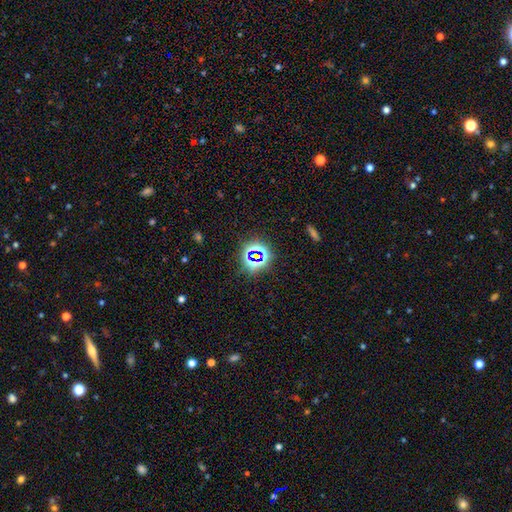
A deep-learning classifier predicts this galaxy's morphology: Smooth or featured? Predicted: star or artifact (p=0.71).